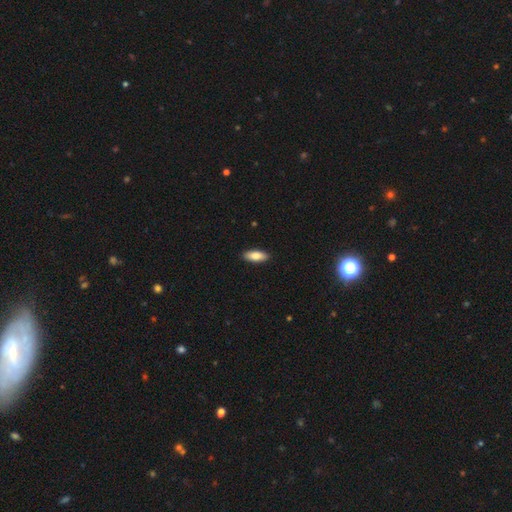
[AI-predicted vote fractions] smooth-or-featured: smooth: 83% | featured or disk: 11% | star or artifact: 6%
  how-rounded: in between: 77% | cigar-shaped: 21% | round: 2%
  merging: none: 90% | minor disturbance: 7% | major disturbance: 1% | merger: 1%